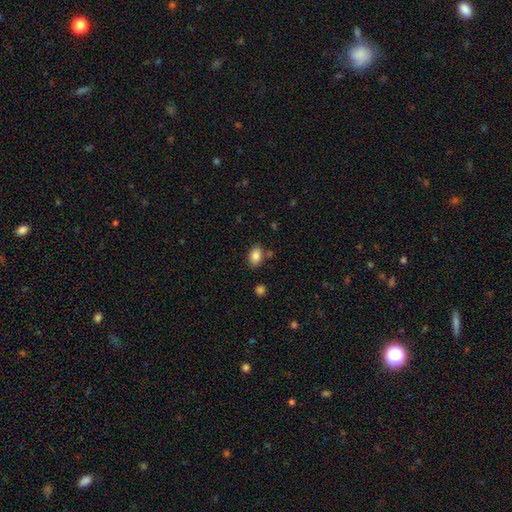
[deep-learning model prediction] smooth-or-featured: smooth: 87% | star or artifact: 8% | featured or disk: 5%
  how-rounded: in between: 85% | round: 14% | cigar-shaped: 1%
  merging: none: 78% | minor disturbance: 13% | merger: 6% | major disturbance: 3%